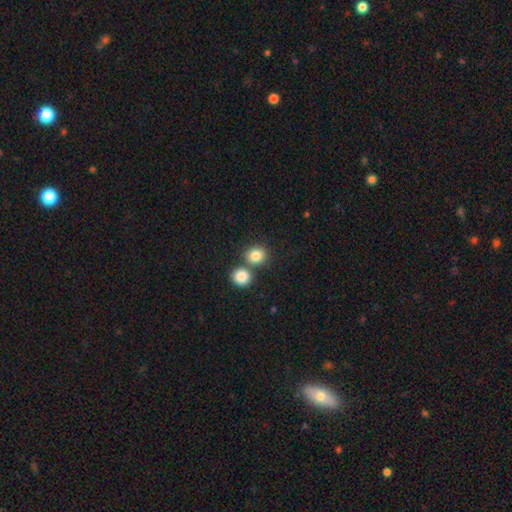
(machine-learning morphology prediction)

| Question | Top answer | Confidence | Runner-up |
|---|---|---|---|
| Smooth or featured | smooth | 84% | star or artifact (10%) |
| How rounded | round | 83% | in between (16%) |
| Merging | none | 61% | merger (29%) |